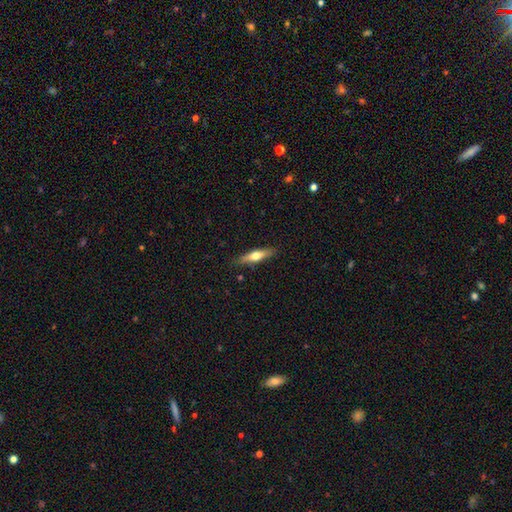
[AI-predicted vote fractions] smooth_or_featured: smooth (p=0.48) [alt: featured or disk p=0.47]
merging: none (p=0.88) [alt: minor disturbance p=0.09]